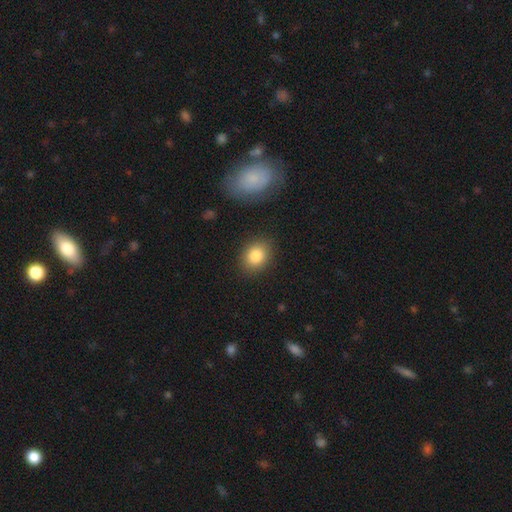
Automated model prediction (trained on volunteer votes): This is clearly a smooth galaxy (84%). How rounded: possibly in between (53%). Merging: clearly none (85%).